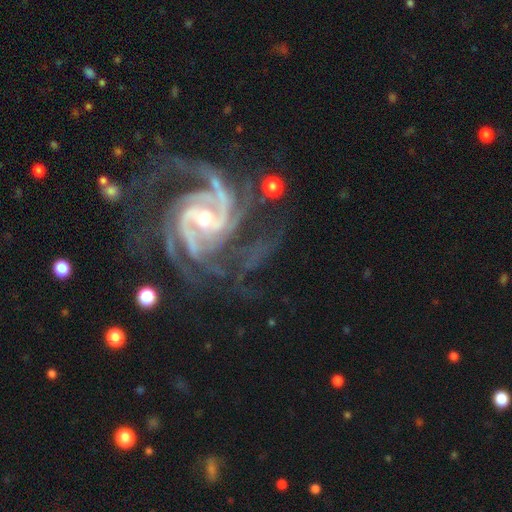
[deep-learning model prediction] This is clearly a featured or disk galaxy (93%). It is clearly not viewed edge-on (98%). Bar: marginally weak (40%). Spiral arm pattern: clearly yes (99%). Spiral arm count: marginally 2 (29%). Spiral winding: possibly tight (49%). Central bulge: possibly small (49%). Merging: likely none (60%).